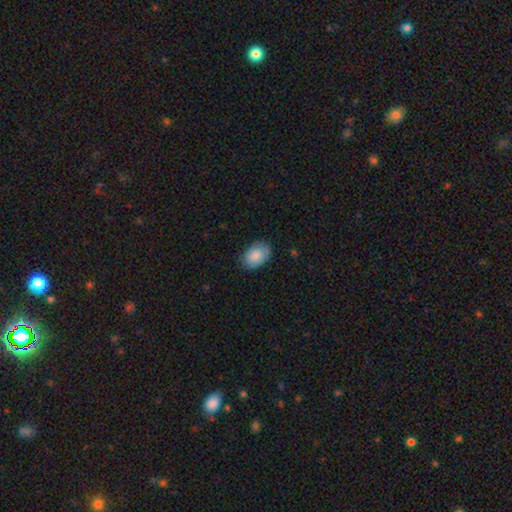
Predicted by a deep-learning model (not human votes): A smooth galaxy with no disk features (83%) that is in between round and cigar-shaped (86%). Merging: none (79%).